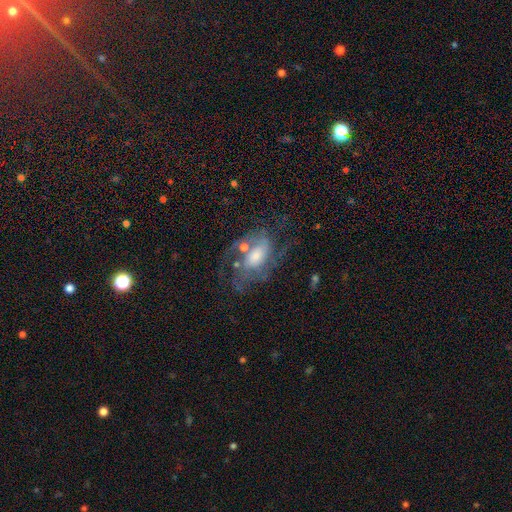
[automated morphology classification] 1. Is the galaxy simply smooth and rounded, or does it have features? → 78% featured or disk, 14% smooth, 8% star or artifact.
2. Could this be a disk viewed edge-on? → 95% no, 5% yes.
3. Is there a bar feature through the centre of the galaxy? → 53% no, 36% weak, 11% strong.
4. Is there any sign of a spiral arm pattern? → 89% yes, 11% no.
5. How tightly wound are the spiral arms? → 46% medium, 30% tight, 24% loose.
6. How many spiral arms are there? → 34% 2, 28% can't tell, 19% 3, 7% 1, 6% 4, 5% more than 4.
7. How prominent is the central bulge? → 49% moderate, 22% small, 20% large, 6% none, 2% dominant.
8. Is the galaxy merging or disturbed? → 50% none, 24% major disturbance, 19% minor disturbance, 7% merger.